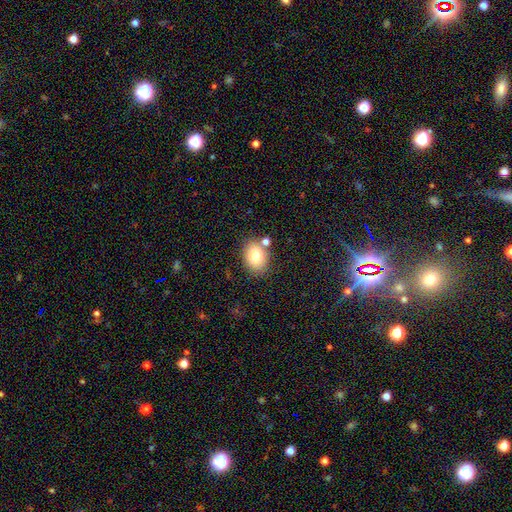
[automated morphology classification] Smooth or featured: smooth — 77% (featured or disk — 13%)
How rounded: in between — 66% (round — 33%)
Merging: none — 76% (minor disturbance — 12%)